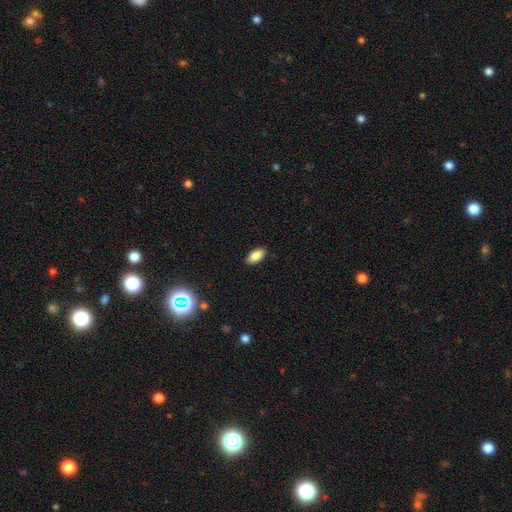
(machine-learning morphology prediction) Smooth or featured: smooth — 85% (star or artifact — 9%)
How rounded: in between — 90% (cigar-shaped — 7%)
Merging: none — 87% (minor disturbance — 10%)